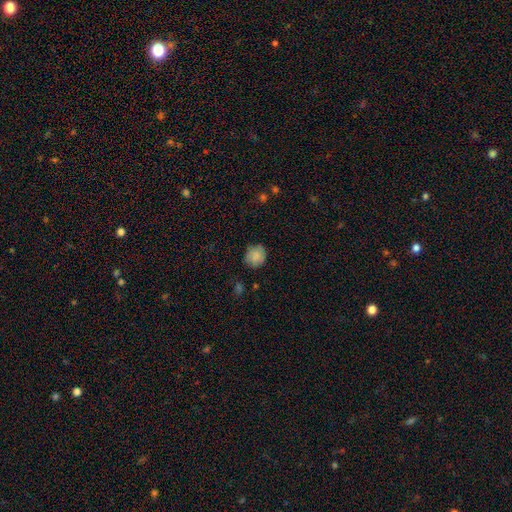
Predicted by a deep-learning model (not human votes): Morphology: type=smooth (84%); roundness=round (80%); merging=none (79%).